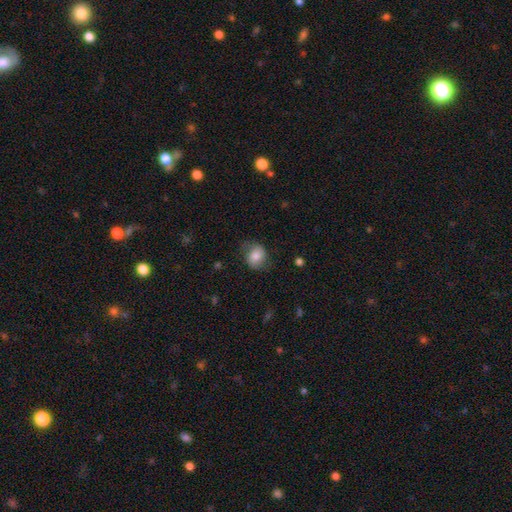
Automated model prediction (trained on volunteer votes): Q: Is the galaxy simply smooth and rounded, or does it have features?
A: smooth — 74%.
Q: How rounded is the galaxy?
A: round — 56%.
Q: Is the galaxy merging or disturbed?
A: none — 66%.